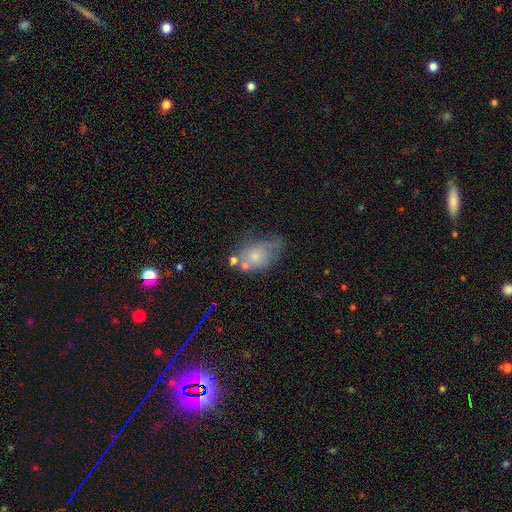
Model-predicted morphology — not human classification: The model was most divided on "merging": none: 35%, minor disturbance: 32%, major disturbance: 20%, merger: 13%. More confident: how rounded — in between (78%); smooth or featured — smooth (57%).